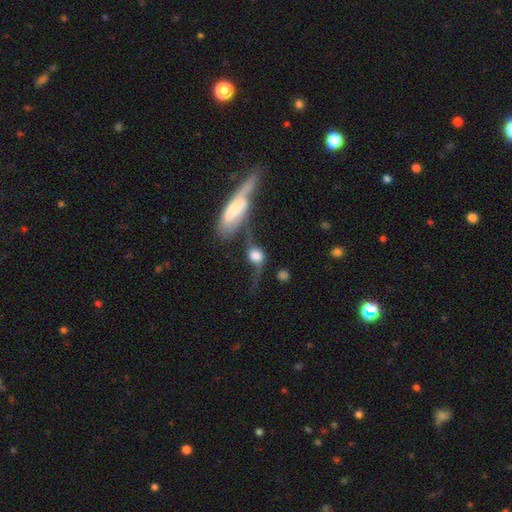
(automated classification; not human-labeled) Morphology: type=featured or disk (53%); edge-on=no (63%); merging=merger (35%).